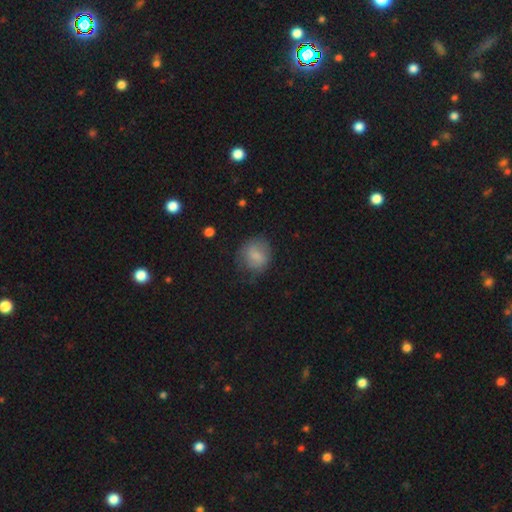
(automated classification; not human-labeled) A smooth galaxy with no disk features (73%) that is round (77%). Merging: none (62%).